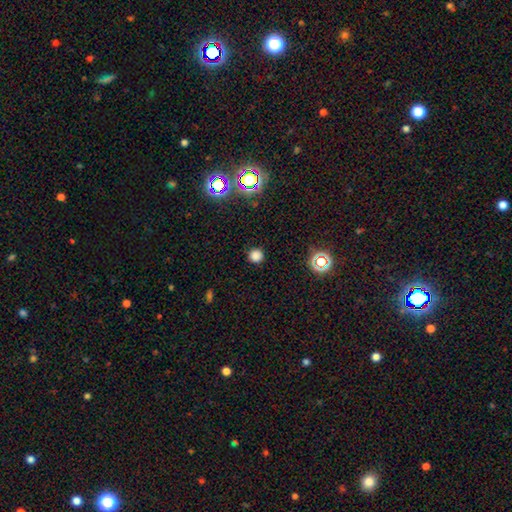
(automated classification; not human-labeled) Smooth or featured?
  - smooth: 78% *
  - star or artifact: 18%
  - featured or disk: 4%
How rounded?
  - round: 95% *
  - in between: 4%
  - cigar-shaped: 1%
Merging?
  - none: 90% *
  - minor disturbance: 6%
  - major disturbance: 2%
  - merger: 1%